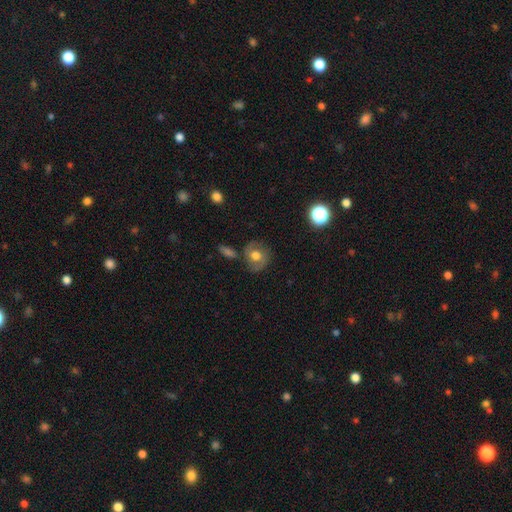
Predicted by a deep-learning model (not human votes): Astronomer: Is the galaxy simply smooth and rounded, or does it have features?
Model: smooth — 47% (runner-up: featured or disk, 43%).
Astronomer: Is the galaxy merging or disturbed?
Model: none — 73%.